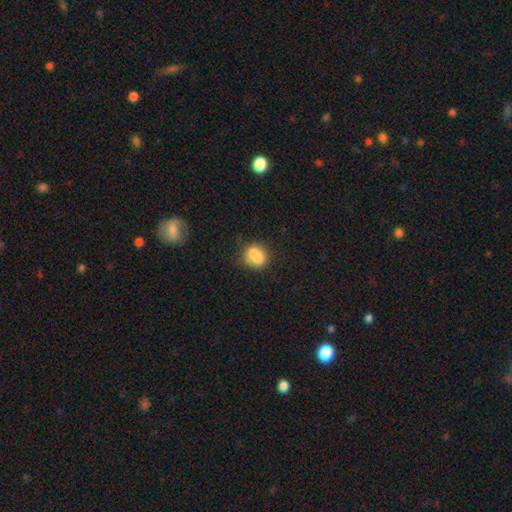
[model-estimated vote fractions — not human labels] Morphology: type=smooth (73%); roundness=round (60%); merging=none (42%).